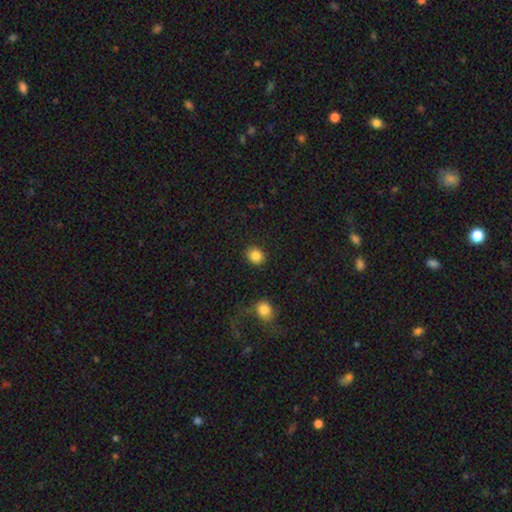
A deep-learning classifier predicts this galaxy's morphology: The model was most divided on "how rounded": round: 70%, in between: 29%, cigar-shaped: 1%. More confident: merging — none (89%); smooth or featured — smooth (86%).